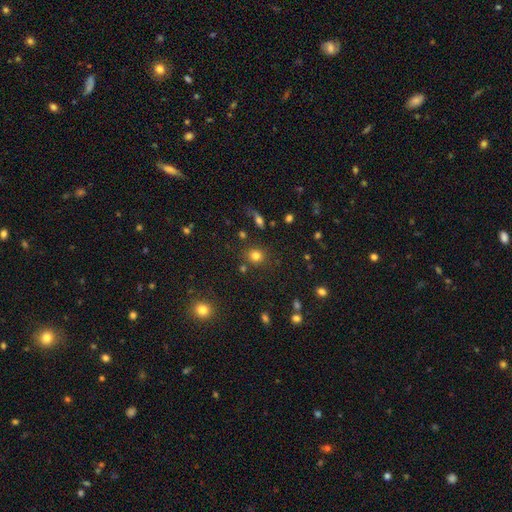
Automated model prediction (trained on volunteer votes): This is likely a smooth galaxy (78%). How rounded: clearly round (84%). Merging: clearly none (81%).